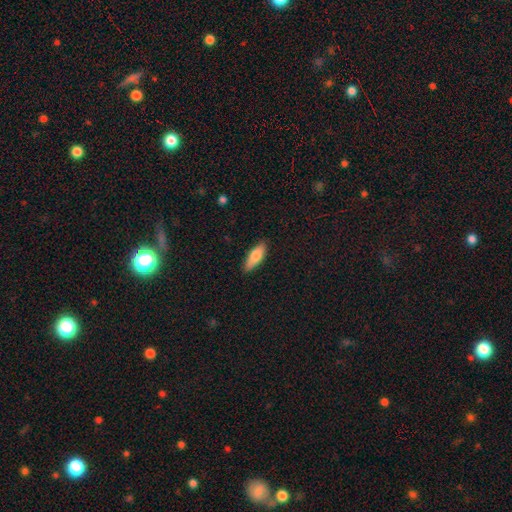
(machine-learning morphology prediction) Q: Smooth or featured?
A: smooth (72%); runner-up: featured or disk (22%)
Q: How rounded?
A: in between (59%); runner-up: cigar-shaped (38%)
Q: Merging?
A: none (87%); runner-up: minor disturbance (10%)